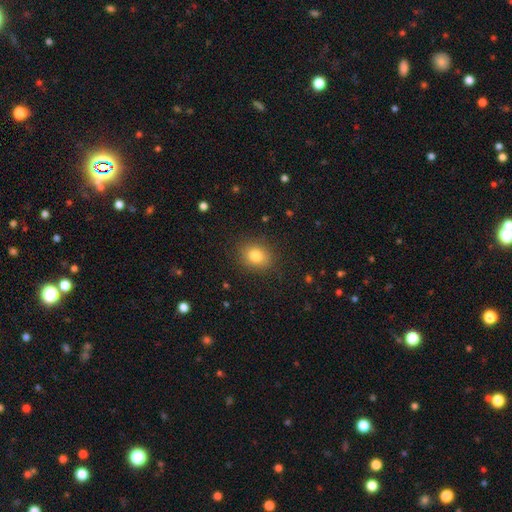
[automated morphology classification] smooth_or_featured: smooth (p=0.81) [alt: star or artifact p=0.11]
how_rounded: round (p=0.57) [alt: in between p=0.42]
merging: none (p=0.87) [alt: minor disturbance p=0.09]